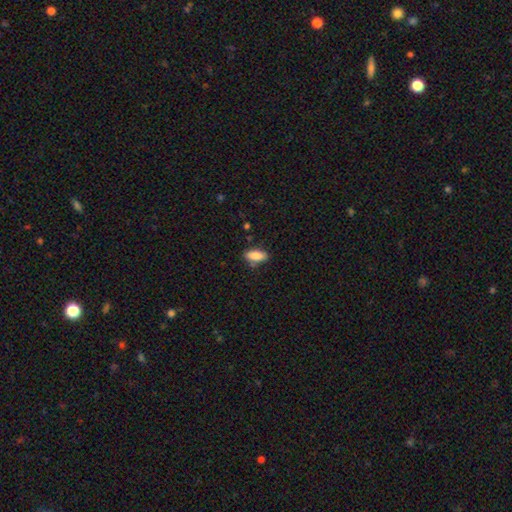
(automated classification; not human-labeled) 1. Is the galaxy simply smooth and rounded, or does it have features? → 85% smooth, 8% featured or disk, 7% star or artifact.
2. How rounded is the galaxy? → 82% in between, 16% cigar-shaped, 3% round.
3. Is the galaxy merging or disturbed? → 81% none, 13% minor disturbance, 3% merger, 3% major disturbance.